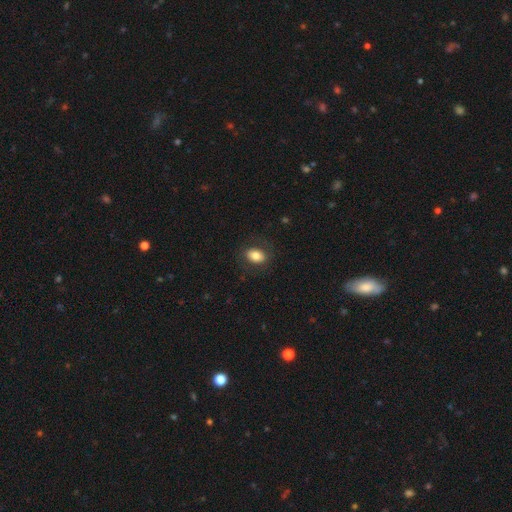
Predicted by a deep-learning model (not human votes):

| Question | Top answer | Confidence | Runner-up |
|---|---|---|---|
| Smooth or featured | smooth | 80% | featured or disk (12%) |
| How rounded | in between | 77% | round (22%) |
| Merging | none | 81% | minor disturbance (12%) |